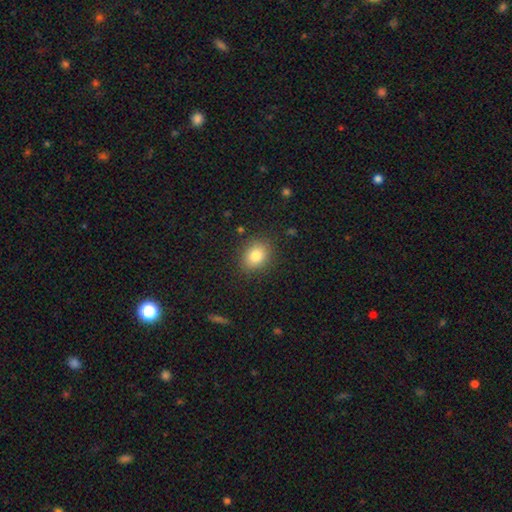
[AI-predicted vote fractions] This appears to be a smooth galaxy with no disk features (82%) that is round (59%). Merging: none (86%).